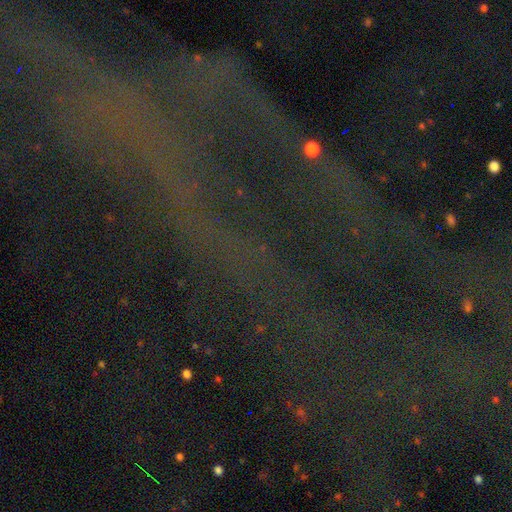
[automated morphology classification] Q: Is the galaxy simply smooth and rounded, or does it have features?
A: star or artifact — 79%.